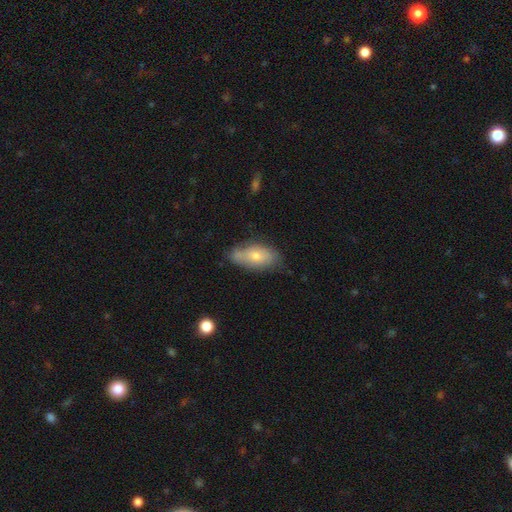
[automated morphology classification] A smooth galaxy with no disk features (61%) that is in between round and cigar-shaped (86%). Merging: none (64%).